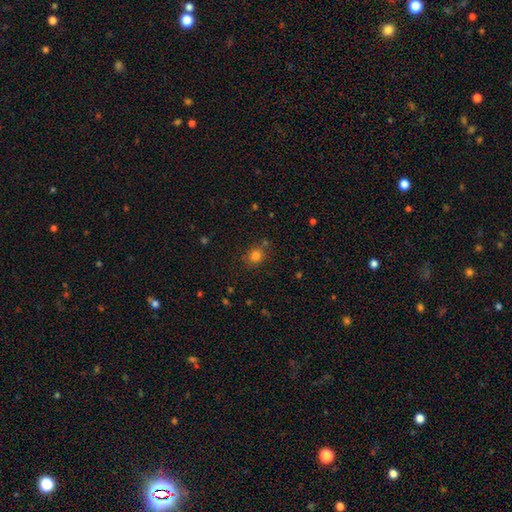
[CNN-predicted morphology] Smooth or featured? Predicted: smooth (p=0.79). How rounded? Predicted: round (p=0.72). Merging? Predicted: none (p=0.76).